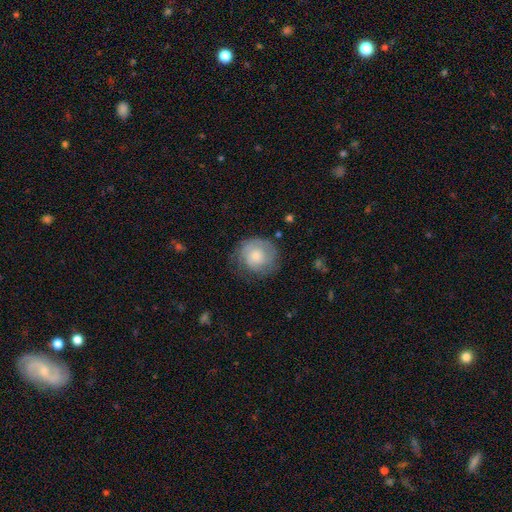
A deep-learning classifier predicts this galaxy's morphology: Q: Smooth or featured?
A: featured or disk (47%); runner-up: smooth (46%)
Q: Merging?
A: none (66%); runner-up: minor disturbance (22%)